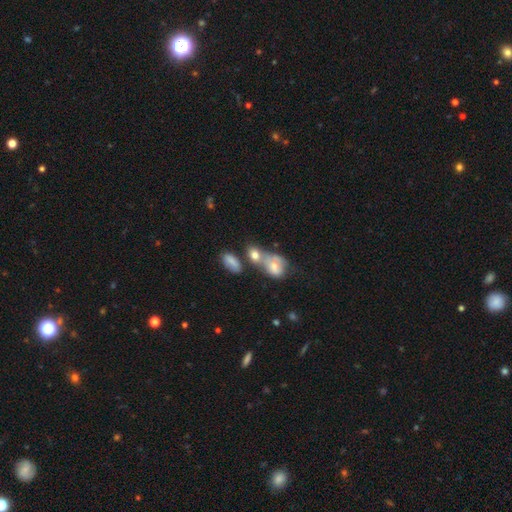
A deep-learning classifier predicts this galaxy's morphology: This appears to be a smooth galaxy with no disk features (59%) that is in between round and cigar-shaped (66%). Merging: merger (49%).